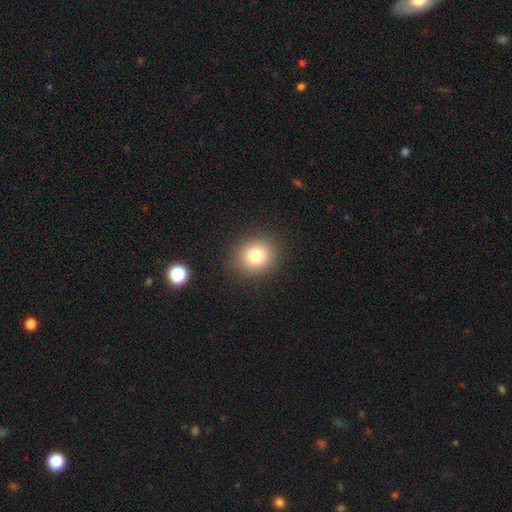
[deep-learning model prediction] smooth-or-featured: smooth: 79% | star or artifact: 12% | featured or disk: 9%
  how-rounded: round: 78% | in between: 21% | cigar-shaped: 1%
  merging: none: 88% | minor disturbance: 8% | major disturbance: 3% | merger: 1%